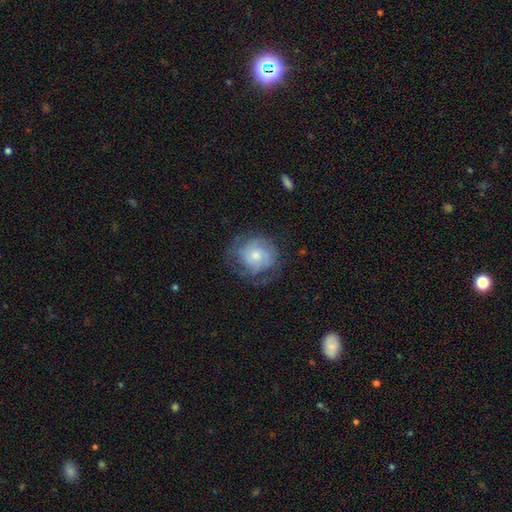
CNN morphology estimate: This is possibly a featured or disk galaxy (52%). It is clearly not viewed edge-on (97%). Bar: clearly no (80%). Spiral arm pattern: likely yes (76%). Central bulge: possibly moderate (46%). Merging: likely none (60%).